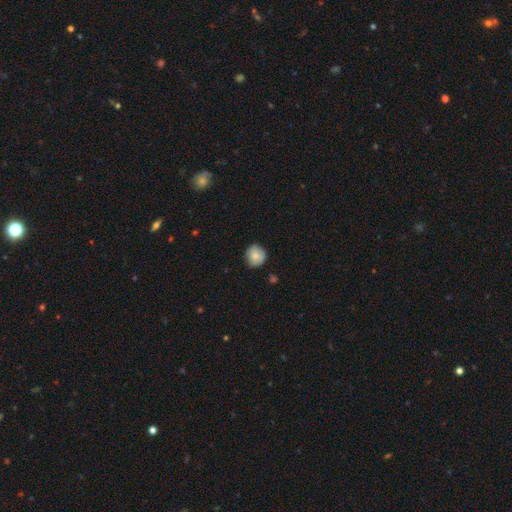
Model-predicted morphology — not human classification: Q: Smooth or featured?
A: smooth (78%); runner-up: featured or disk (15%)
Q: How rounded?
A: round (90%); runner-up: in between (9%)
Q: Merging?
A: none (79%); runner-up: minor disturbance (18%)